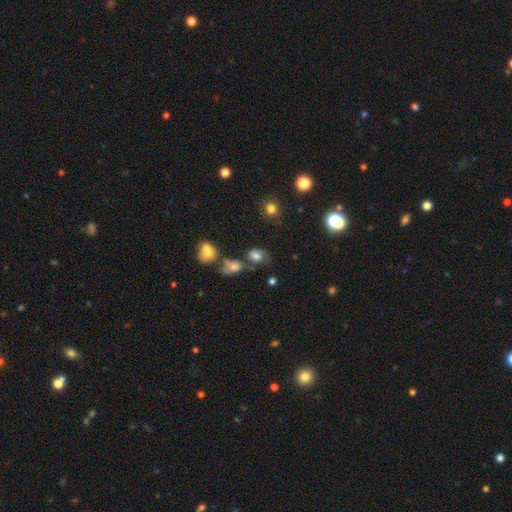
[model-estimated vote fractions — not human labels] This is likely a smooth galaxy (72%). How rounded: likely in between (65%). Merging: possibly none (45%).